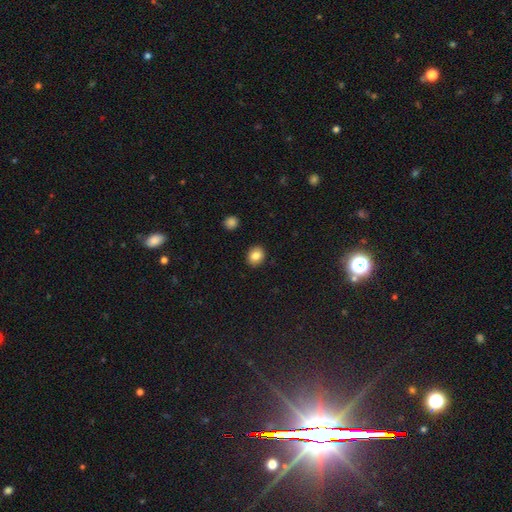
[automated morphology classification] Smooth or featured?
  - smooth: 84% *
  - star or artifact: 9%
  - featured or disk: 7%
How rounded?
  - round: 57% *
  - in between: 42%
  - cigar-shaped: 1%
Merging?
  - none: 89% *
  - minor disturbance: 7%
  - major disturbance: 2%
  - merger: 1%